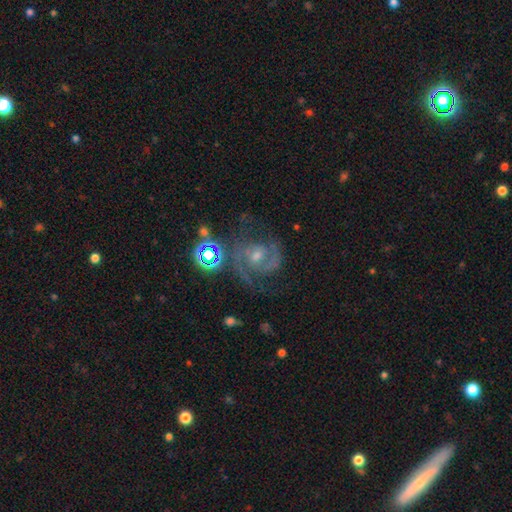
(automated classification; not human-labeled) This appears to be a featured or disk galaxy (81%) with a weak bar (44%, tied with no), 2 (73%) medium (51%) spiral arms (95%) and a moderate central bulge (46%). Merging: none (60%).